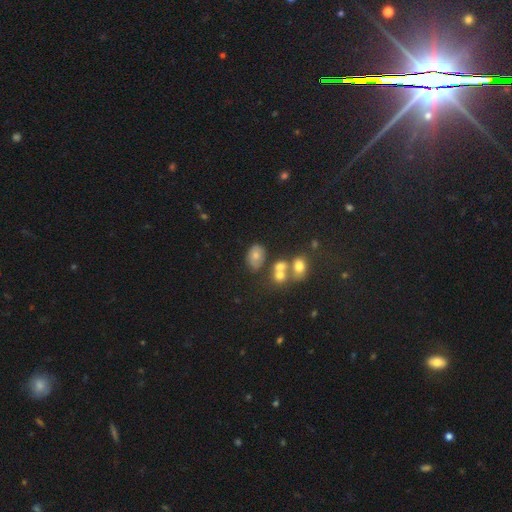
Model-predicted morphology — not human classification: Smooth or featured? smooth (68%)
How rounded? in between (76%)
Merging? none (55%)